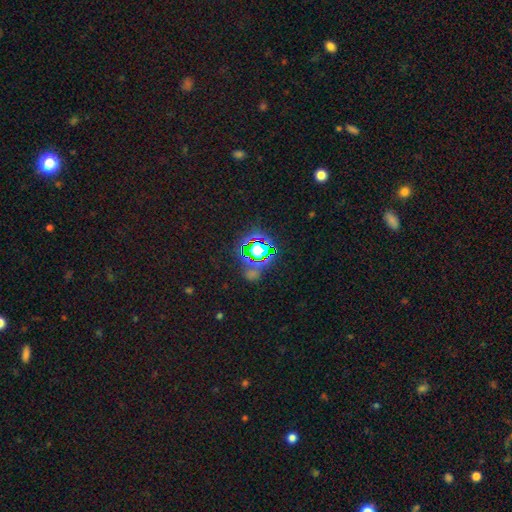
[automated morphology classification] A star or artifact, not a galaxy (72%).